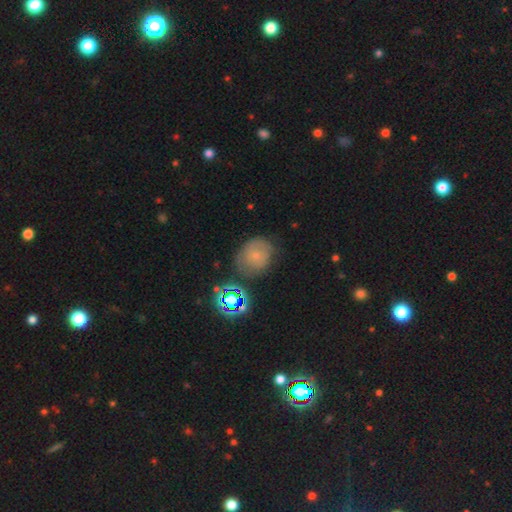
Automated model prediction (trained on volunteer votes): This appears to be a smooth galaxy with no disk features (54%) that is round (68%). Merging: none (63%).